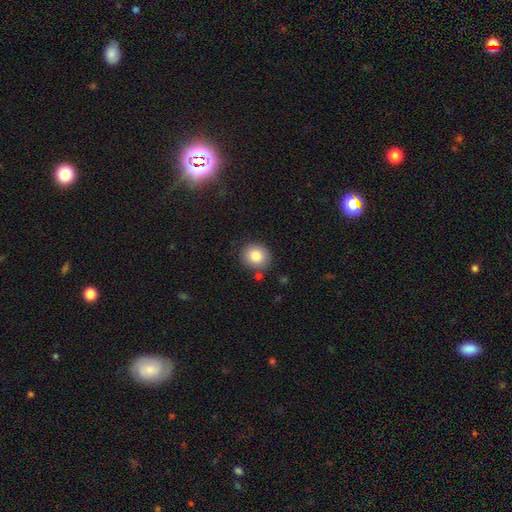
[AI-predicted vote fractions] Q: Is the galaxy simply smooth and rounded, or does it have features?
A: smooth — 83%.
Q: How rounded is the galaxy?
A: round — 81%.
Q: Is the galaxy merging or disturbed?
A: none — 83%.